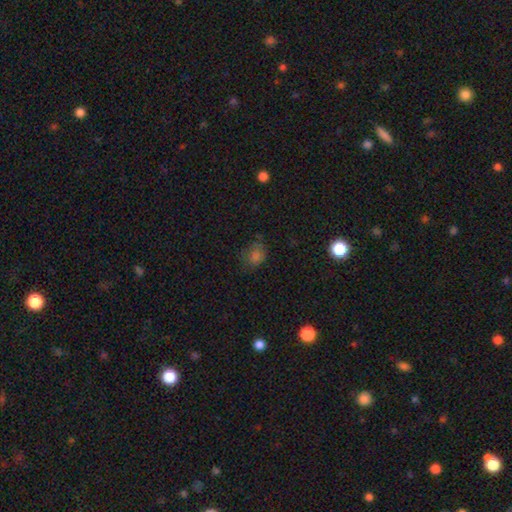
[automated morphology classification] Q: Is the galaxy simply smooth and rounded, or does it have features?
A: smooth — 73%.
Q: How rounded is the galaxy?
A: round — 52%.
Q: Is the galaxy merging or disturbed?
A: none — 63%.